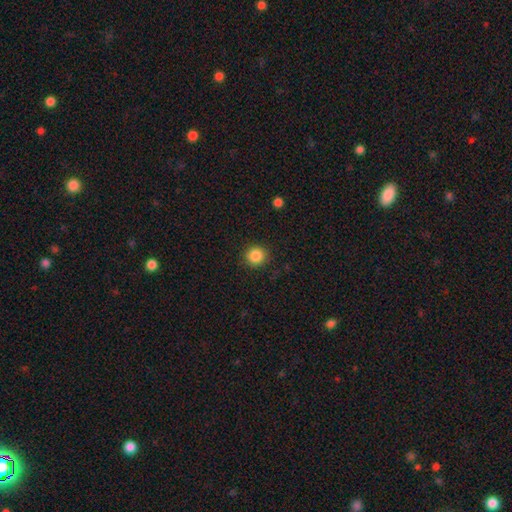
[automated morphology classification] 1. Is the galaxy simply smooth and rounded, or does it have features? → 87% smooth, 10% star or artifact, 3% featured or disk.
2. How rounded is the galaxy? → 92% round, 7% in between, 1% cigar-shaped.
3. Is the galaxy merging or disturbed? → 90% none, 6% minor disturbance, 2% major disturbance, 1% merger.